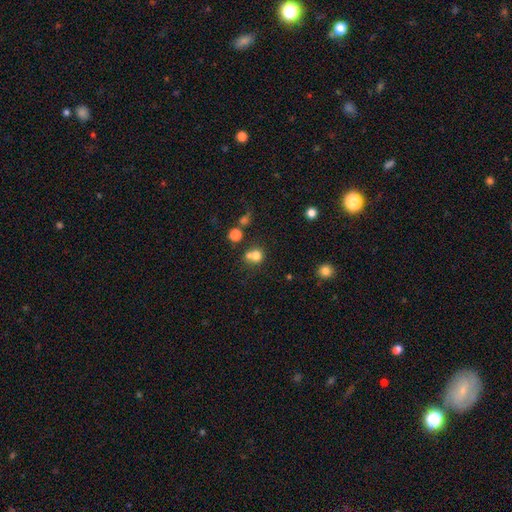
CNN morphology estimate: Overall: smooth (75%). How rounded: round (80%). Merging: none (43%; merger 42%).